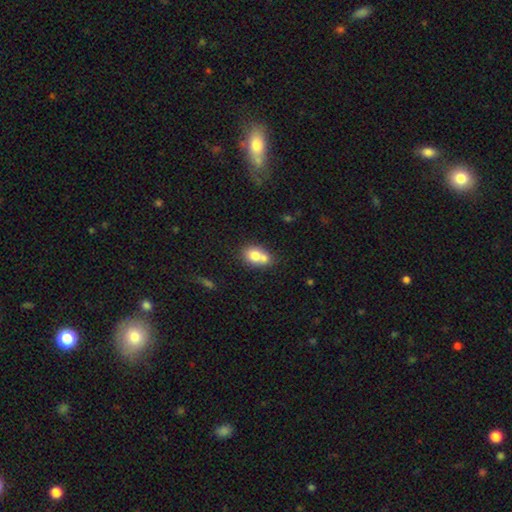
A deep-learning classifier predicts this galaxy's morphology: This is likely a smooth galaxy (72%). How rounded: likely in between (66%). Merging: possibly merger (48%).